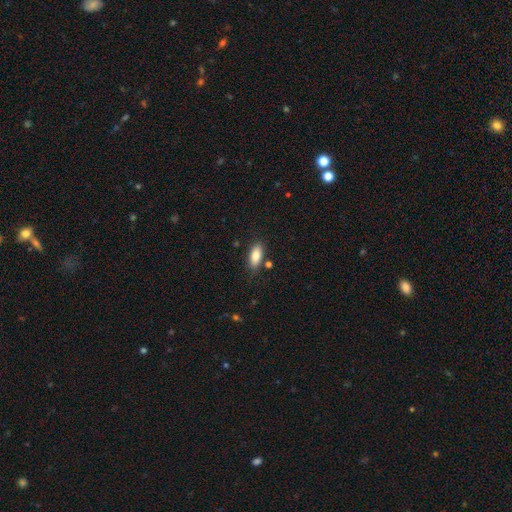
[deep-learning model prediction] A smooth galaxy with no disk features (84%) that is in between round and cigar-shaped (85%).

Vote fractions:
- Smooth or featured? smooth: 84% / featured or disk: 9% / star or artifact: 7%
- How rounded? in between: 85% / cigar-shaped: 13% / round: 2%
- Merging? none: 81% / minor disturbance: 13% / merger: 4% / major disturbance: 3%